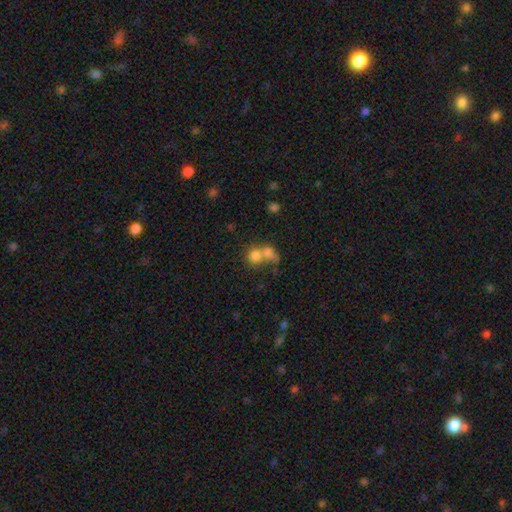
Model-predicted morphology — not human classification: Smooth or featured: smooth — 76% (featured or disk — 13%)
How rounded: round — 68% (in between — 30%)
Merging: merger — 59% (none — 29%)